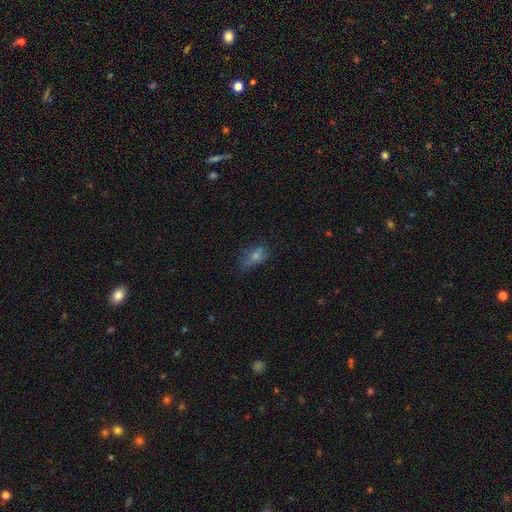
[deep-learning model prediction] Smooth or featured?
  - smooth: 51% *
  - featured or disk: 27%
  - star or artifact: 22%
How rounded?
  - in between: 70% *
  - round: 18%
  - cigar-shaped: 11%
Merging?
  - none: 46% *
  - minor disturbance: 29%
  - major disturbance: 21%
  - merger: 3%